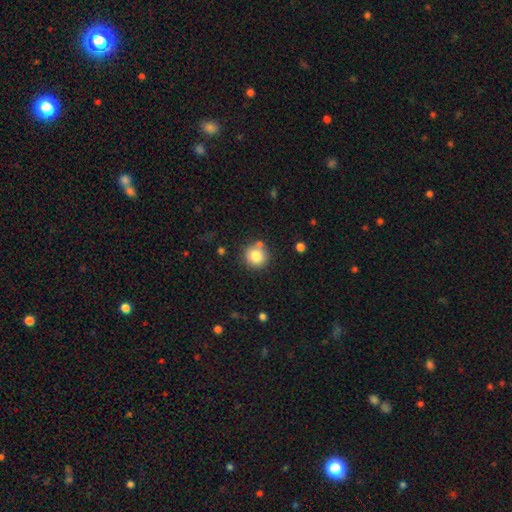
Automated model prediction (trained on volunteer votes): smooth 82%, star or artifact 10%, featured or disk 8%. Down the decision tree: how rounded — round (92%); merging — none (78%).